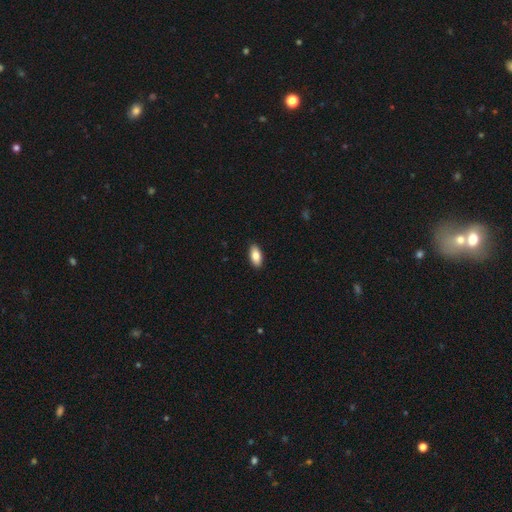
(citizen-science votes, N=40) Morphology: type=smooth (78%); roundness=in between (77%); merging=none (89%).